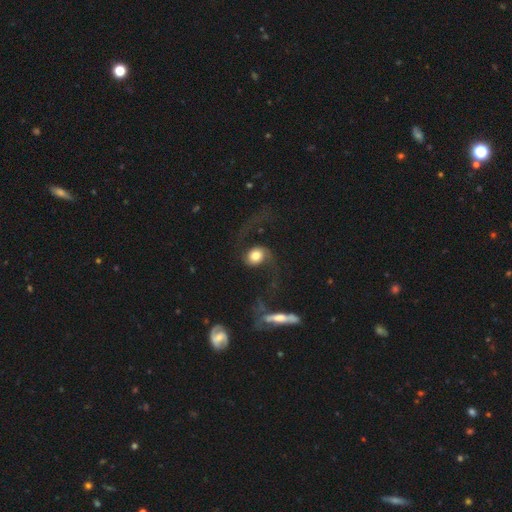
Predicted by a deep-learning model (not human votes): A featured or disk galaxy (59%) with no bar (71%), spiral arms (87%) and a moderate central bulge (41%). Merging: none (43%).